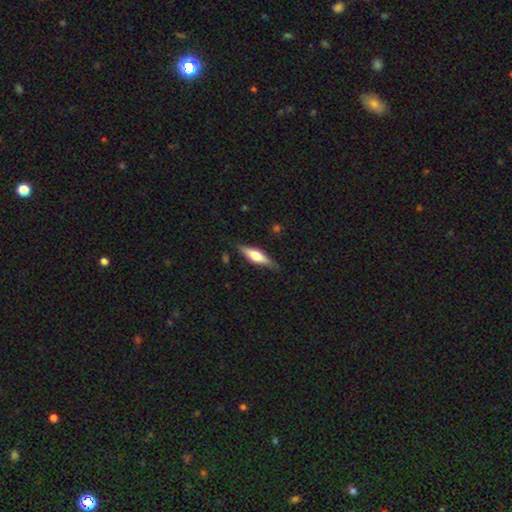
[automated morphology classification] Overall: featured or disk (49%; smooth 45%). Merging: none (84%).